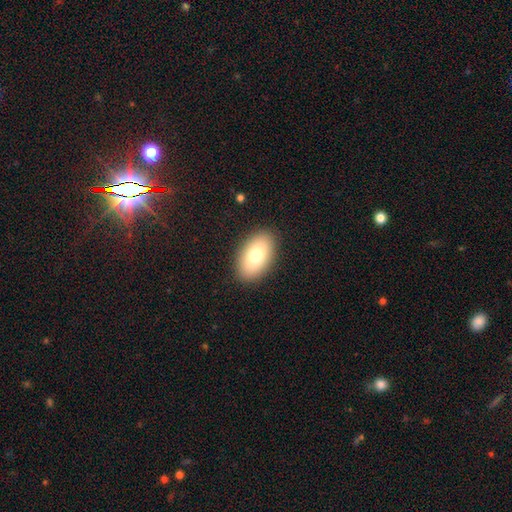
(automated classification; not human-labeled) Smooth or featured?
  - smooth: 77% *
  - featured or disk: 15%
  - star or artifact: 8%
How rounded?
  - in between: 93% *
  - round: 5%
  - cigar-shaped: 2%
Merging?
  - none: 89% *
  - minor disturbance: 8%
  - major disturbance: 2%
  - merger: 1%